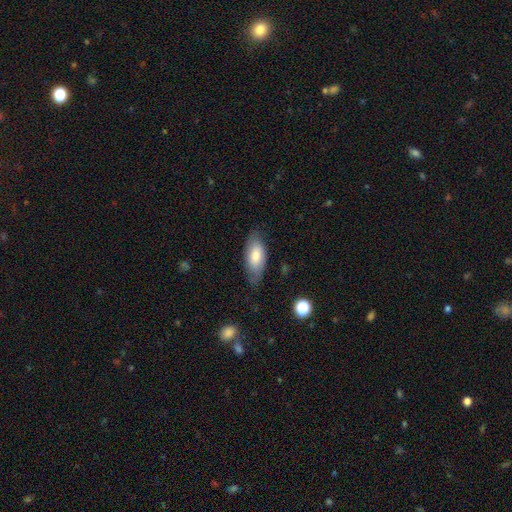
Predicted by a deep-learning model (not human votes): Smooth or featured? smooth (73%)
How rounded? in between (86%)
Merging? none (73%)